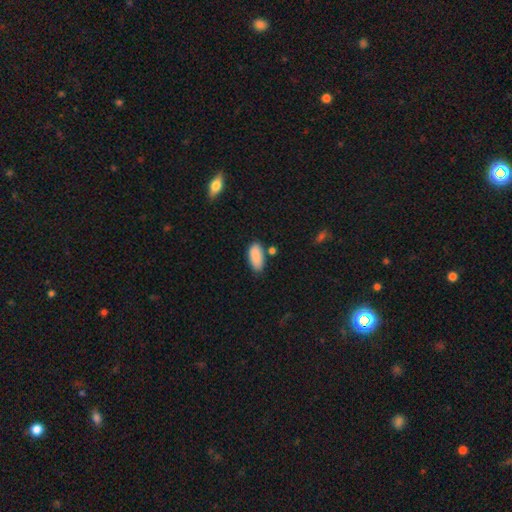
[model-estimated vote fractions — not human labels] Morphology: type=smooth (89%); roundness=in between (89%); merging=none (74%).